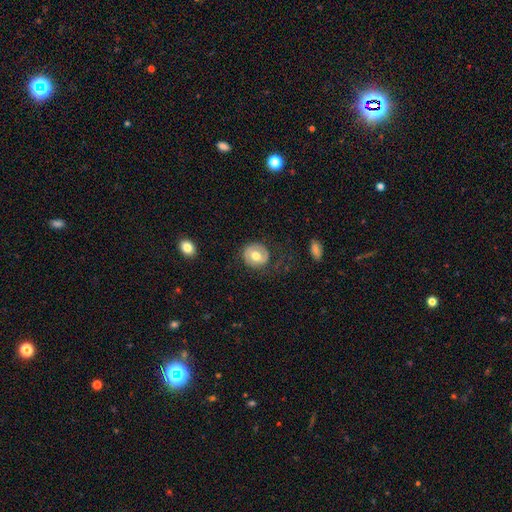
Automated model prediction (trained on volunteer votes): A smooth galaxy with no disk features (51%) that is round (80%). Merging: none (71%).